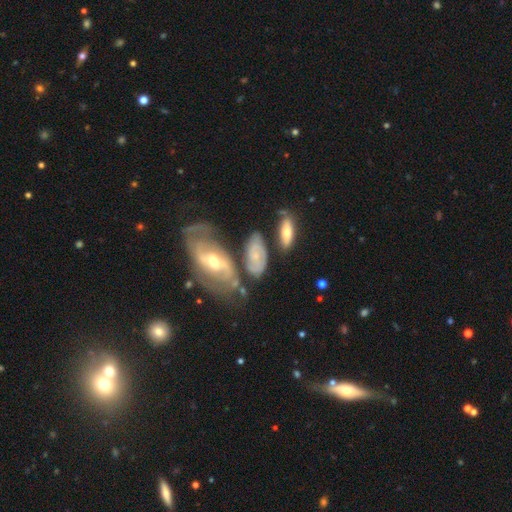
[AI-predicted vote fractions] Smooth or featured: featured or disk — 58% (smooth — 34%)
Edge-on disk: no — 87% (yes — 13%)
Bar: no — 60% (weak — 30%)
Spiral arms: yes — 70% (no — 30%)
Bulge size: small — 47% (moderate — 44%)
Merging: none — 51% (minor disturbance — 21%)